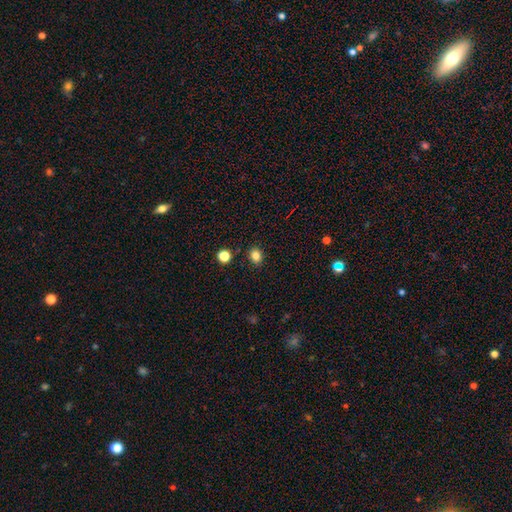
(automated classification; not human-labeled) smooth-or-featured: smooth: 82% | star or artifact: 13% | featured or disk: 5%
  how-rounded: round: 56% | in between: 43% | cigar-shaped: 1%
  merging: none: 88% | minor disturbance: 8% | merger: 2% | major disturbance: 2%